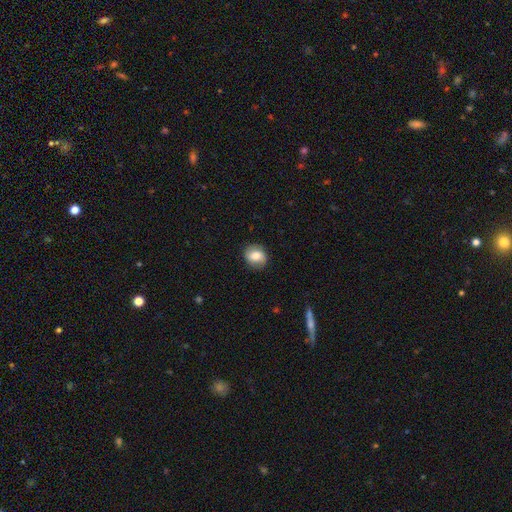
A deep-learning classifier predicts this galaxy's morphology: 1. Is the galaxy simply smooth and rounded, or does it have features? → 65% smooth, 27% featured or disk, 8% star or artifact.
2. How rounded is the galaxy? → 68% round, 31% in between, 1% cigar-shaped.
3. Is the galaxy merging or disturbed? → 83% none, 12% minor disturbance, 4% major disturbance, 1% merger.